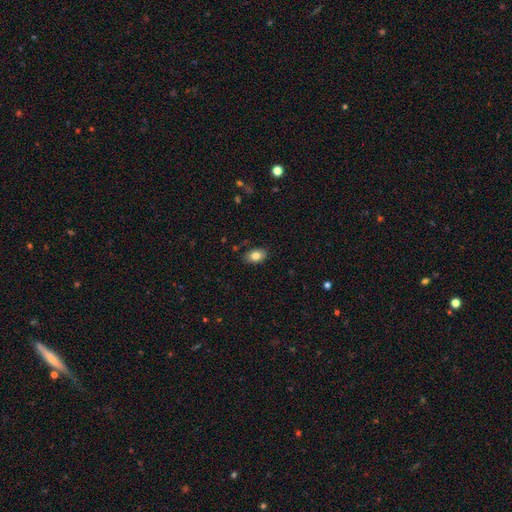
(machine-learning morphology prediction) The model was most divided on "smooth or featured": smooth: 81%, featured or disk: 10%, star or artifact: 8%. More confident: how rounded — in between (85%); merging — none (85%).